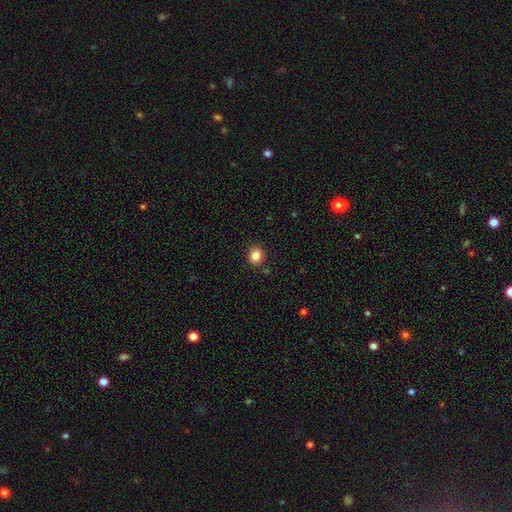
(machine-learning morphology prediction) Smooth or featured?
  - smooth: 85% *
  - star or artifact: 11%
  - featured or disk: 5%
How rounded?
  - round: 73% *
  - in between: 26%
  - cigar-shaped: 1%
Merging?
  - none: 88% *
  - minor disturbance: 8%
  - major disturbance: 2%
  - merger: 2%